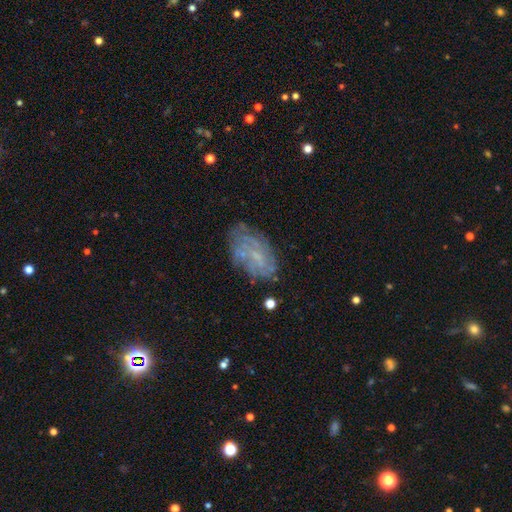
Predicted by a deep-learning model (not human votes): A featured or disk galaxy (61%) with no bar (58%), spiral arms (61%) and a small central bulge (45%). Merging: none (66%).